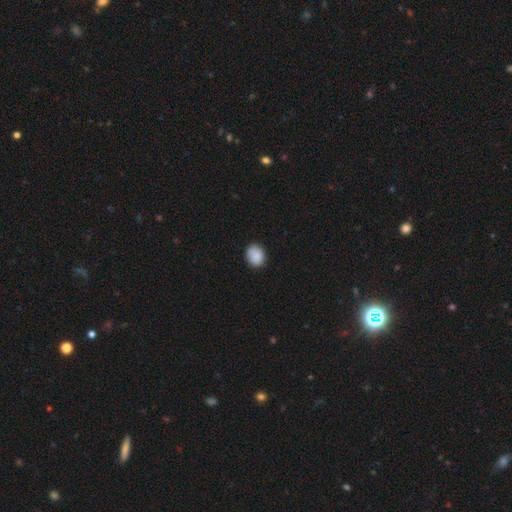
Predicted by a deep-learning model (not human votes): This is clearly a smooth galaxy (88%). How rounded: possibly round (58%). Merging: clearly none (85%).